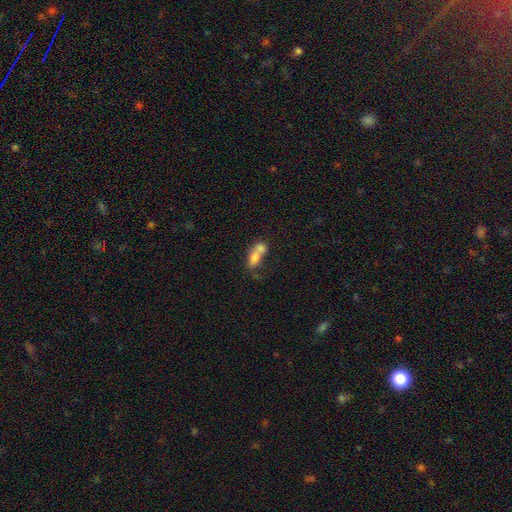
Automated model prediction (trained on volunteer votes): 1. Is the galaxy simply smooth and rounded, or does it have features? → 71% smooth, 20% featured or disk, 9% star or artifact.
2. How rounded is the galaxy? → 69% in between, 25% round, 6% cigar-shaped.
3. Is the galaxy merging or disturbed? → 72% merger, 17% none, 7% minor disturbance, 5% major disturbance.